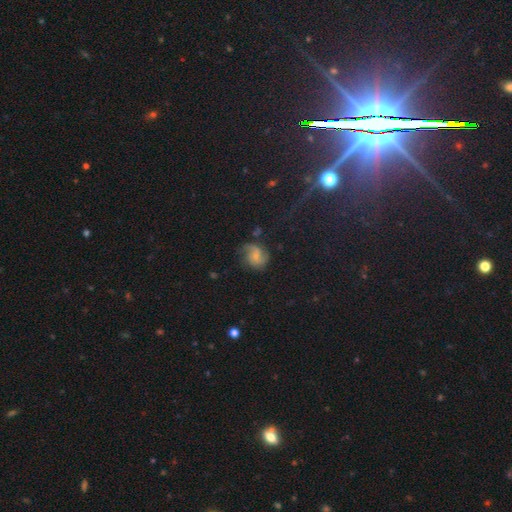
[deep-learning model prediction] Overall: featured or disk (59%; smooth 29%). Edge-on disk: no (98%). Bar: no (63%; weak 32%). Spiral arms: yes (91%). Spiral arm count: 2 (65%). Spiral winding: medium (45%; loose 36%). Bulge size: small (61%; moderate 23%). Merging: none (64%).